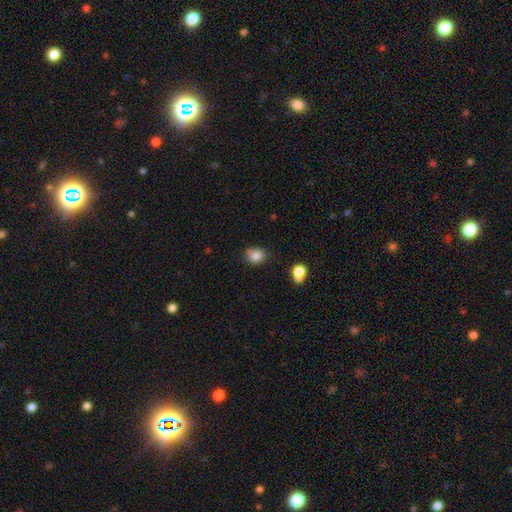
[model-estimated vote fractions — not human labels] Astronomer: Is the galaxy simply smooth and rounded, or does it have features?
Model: smooth — 83%.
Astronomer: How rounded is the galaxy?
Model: round — 63%.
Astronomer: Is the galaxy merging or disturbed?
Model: none — 67%.